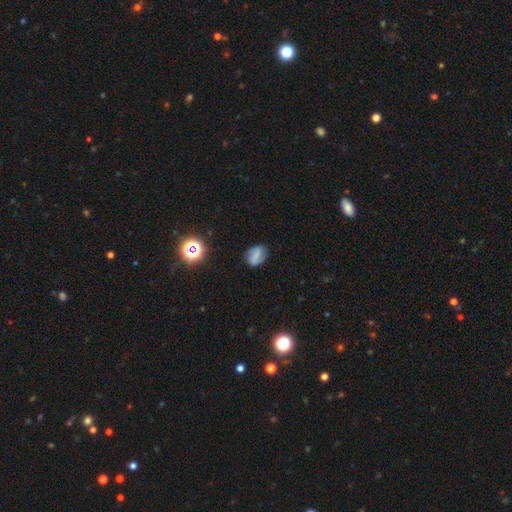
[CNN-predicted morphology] type=smooth (45%); merging=none (78%).